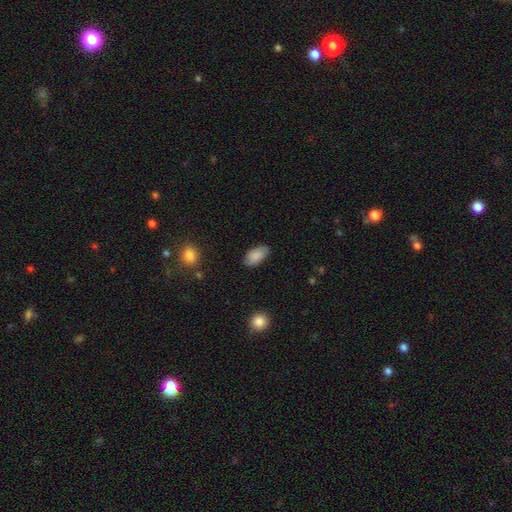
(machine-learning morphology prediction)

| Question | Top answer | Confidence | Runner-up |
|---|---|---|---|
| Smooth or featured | smooth | 86% | featured or disk (7%) |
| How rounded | in between | 94% | round (3%) |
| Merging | none | 80% | minor disturbance (16%) |